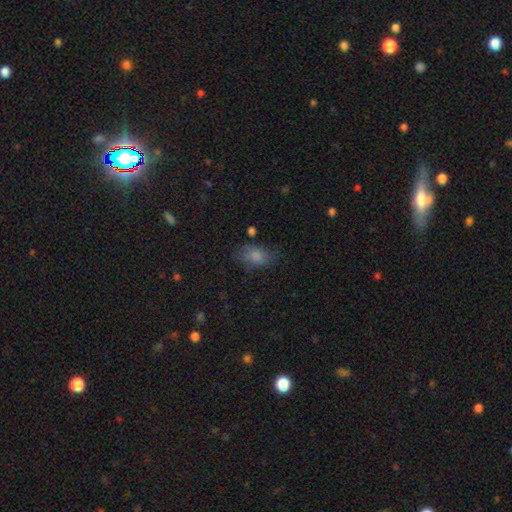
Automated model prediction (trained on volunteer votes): smooth 81%, featured or disk 10%, star or artifact 9%. Down the decision tree: how rounded — in between (88%); merging — none (65%).